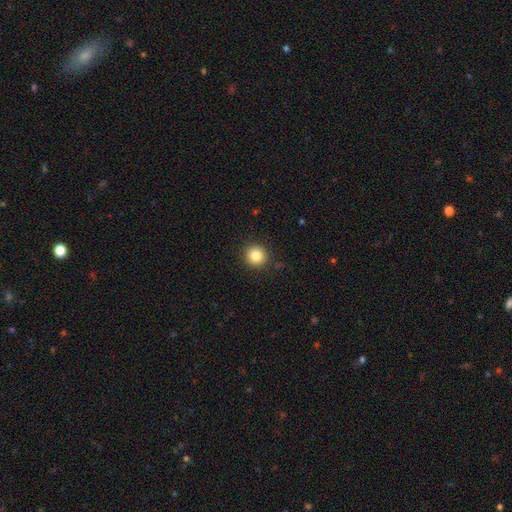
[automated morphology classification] A smooth galaxy with no disk features (84%) that is round (94%).

Vote fractions:
- Smooth or featured? smooth: 84% / star or artifact: 11% / featured or disk: 6%
- How rounded? round: 94% / in between: 5% / cigar-shaped: 1%
- Merging? none: 91% / minor disturbance: 6% / major disturbance: 2% / merger: 1%